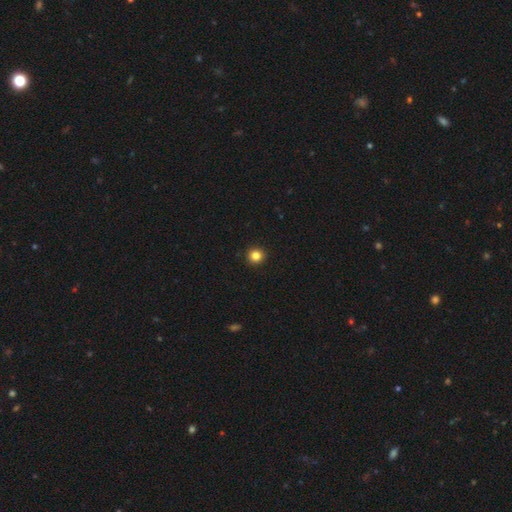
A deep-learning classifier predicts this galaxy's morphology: Q: Smooth or featured?
A: smooth (84%); runner-up: star or artifact (12%)
Q: How rounded?
A: round (94%); runner-up: in between (5%)
Q: Merging?
A: none (94%); runner-up: minor disturbance (4%)